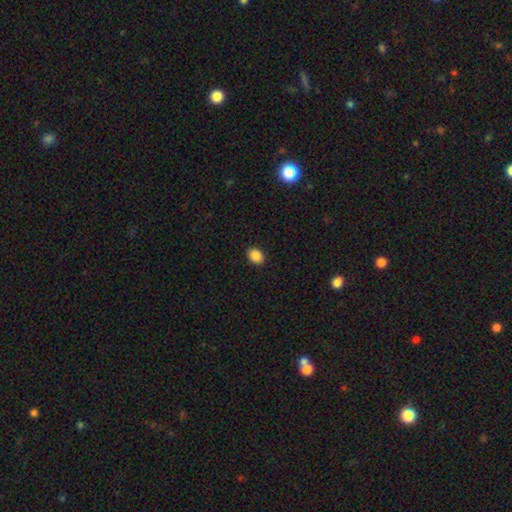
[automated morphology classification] Q: Smooth or featured?
A: smooth (88%); runner-up: star or artifact (9%)
Q: How rounded?
A: in between (59%); runner-up: round (40%)
Q: Merging?
A: none (91%); runner-up: minor disturbance (7%)